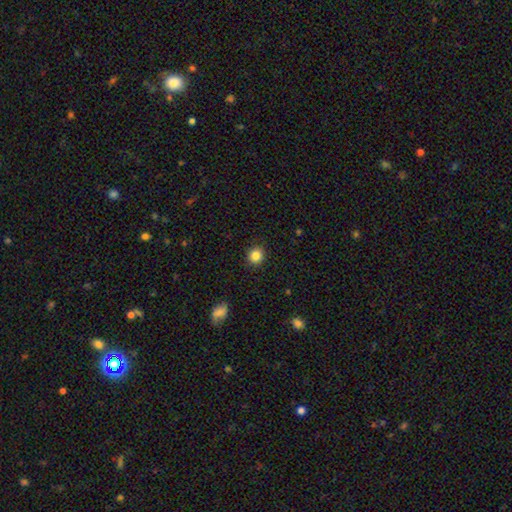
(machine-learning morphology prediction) Overall: smooth (84%). How rounded: round (89%). Merging: none (91%).